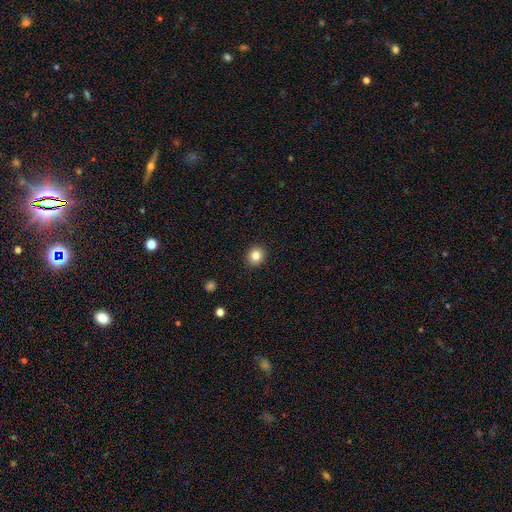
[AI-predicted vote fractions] This appears to be a smooth galaxy with no disk features (83%) that is round (78%). Merging: none (91%).